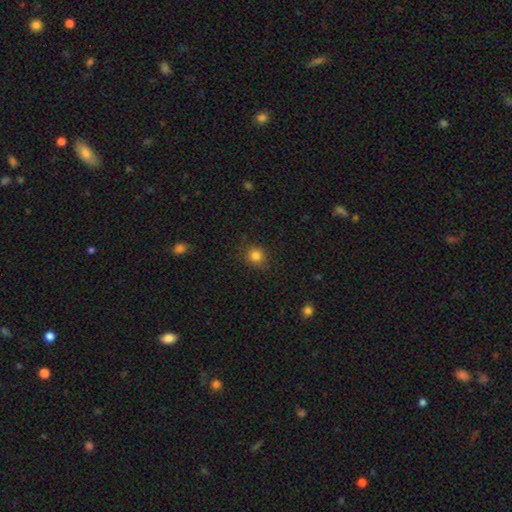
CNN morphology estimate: Smooth or featured?
  - smooth: 82% *
  - star or artifact: 12%
  - featured or disk: 5%
How rounded?
  - round: 82% *
  - in between: 17%
  - cigar-shaped: 1%
Merging?
  - none: 85% *
  - minor disturbance: 11%
  - major disturbance: 3%
  - merger: 1%